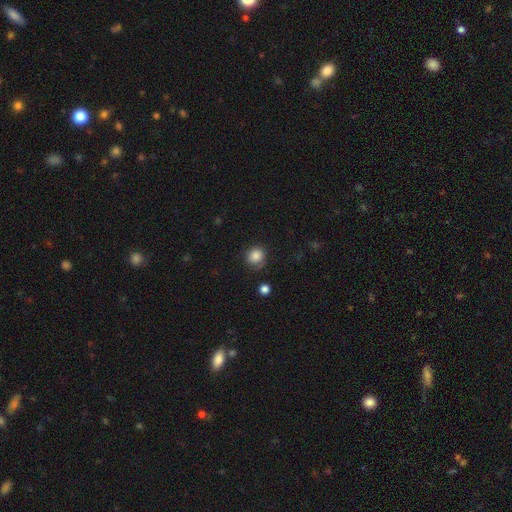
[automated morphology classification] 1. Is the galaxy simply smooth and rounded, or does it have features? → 84% smooth, 10% star or artifact, 6% featured or disk.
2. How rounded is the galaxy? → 90% round, 9% in between, 1% cigar-shaped.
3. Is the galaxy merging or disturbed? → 79% none, 15% minor disturbance, 4% major disturbance, 2% merger.